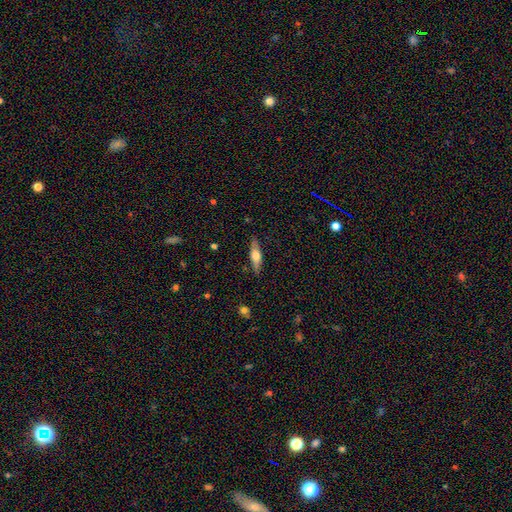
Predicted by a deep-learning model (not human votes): A featured or disk galaxy (48%). Merging: none (86%).